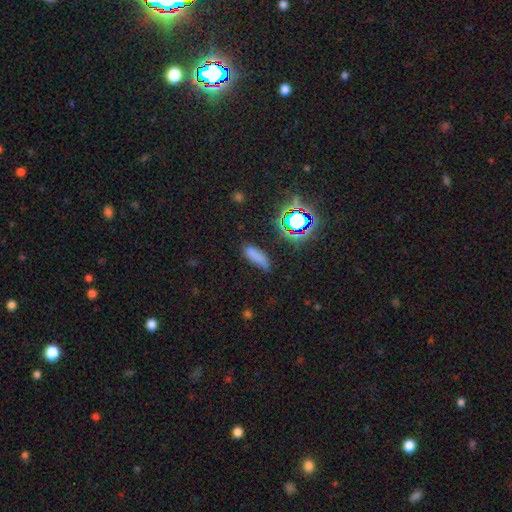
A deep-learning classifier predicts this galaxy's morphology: Smooth or featured?
  - smooth: 69% *
  - star or artifact: 20%
  - featured or disk: 10%
How rounded?
  - in between: 53% *
  - cigar-shaped: 44%
  - round: 3%
Merging?
  - none: 64% *
  - minor disturbance: 24%
  - major disturbance: 8%
  - merger: 4%